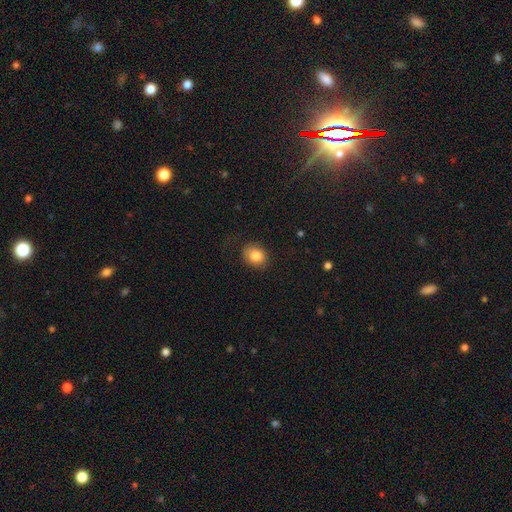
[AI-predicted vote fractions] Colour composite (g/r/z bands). It shows a smooth galaxy with no disk features (84%) that is round (61%). Merging: none (81%).